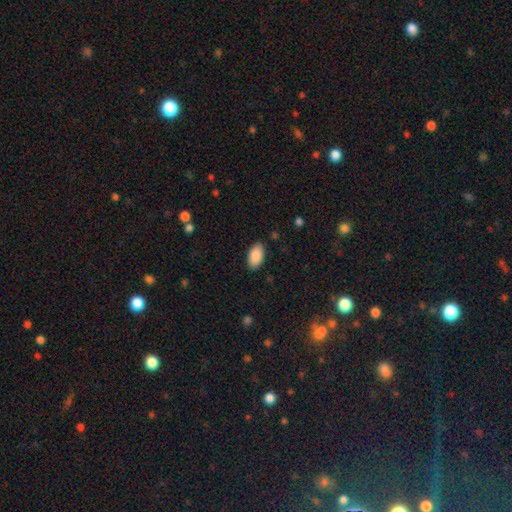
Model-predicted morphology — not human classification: The model was most divided on "merging": none: 88%, minor disturbance: 9%, major disturbance: 2%, merger: 1%. More confident: how rounded — in between (95%); smooth or featured — smooth (89%).